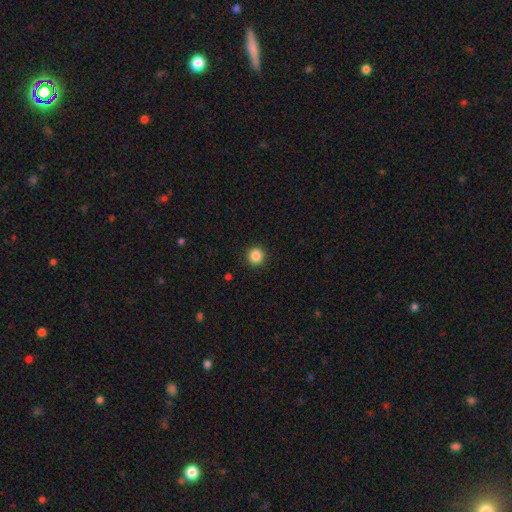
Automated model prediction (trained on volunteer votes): Q: Smooth or featured?
A: smooth (87%); runner-up: star or artifact (10%)
Q: How rounded?
A: round (94%); runner-up: in between (6%)
Q: Merging?
A: none (92%); runner-up: minor disturbance (5%)